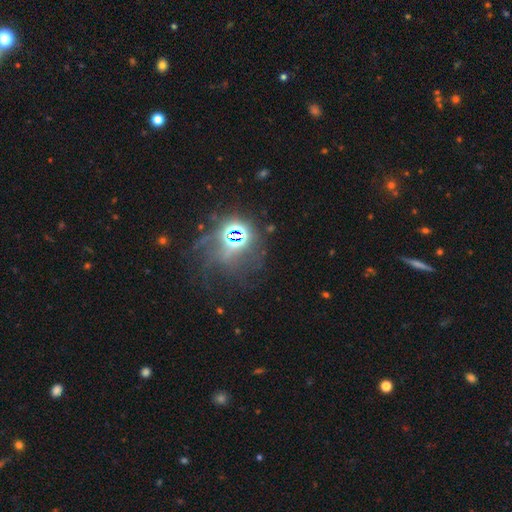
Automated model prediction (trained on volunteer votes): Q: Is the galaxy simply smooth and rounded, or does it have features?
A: star or artifact — 53%.